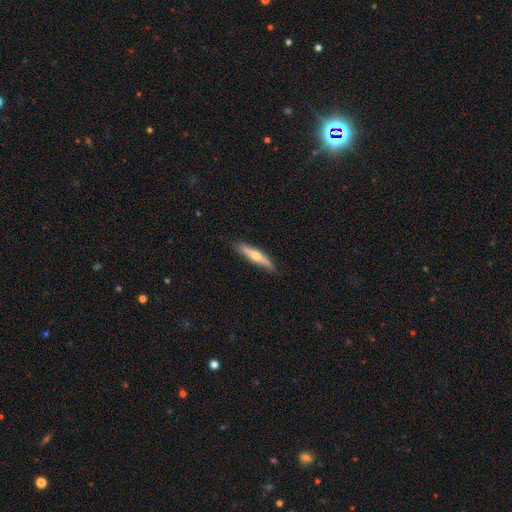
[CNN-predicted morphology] This is possibly a featured or disk galaxy (49%). Merging: clearly none (86%).